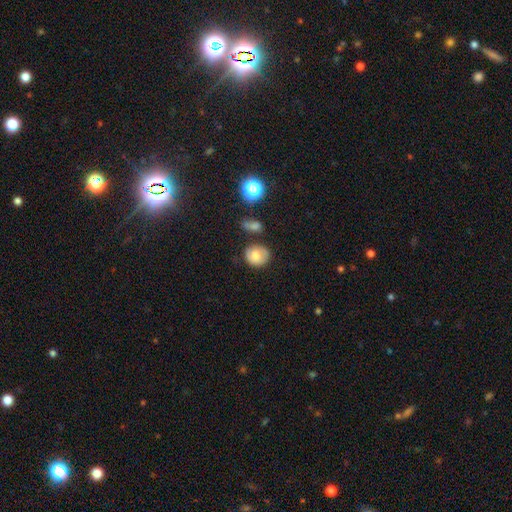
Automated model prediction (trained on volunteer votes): Overall: smooth (76%). How rounded: round (75%). Merging: none (68%).